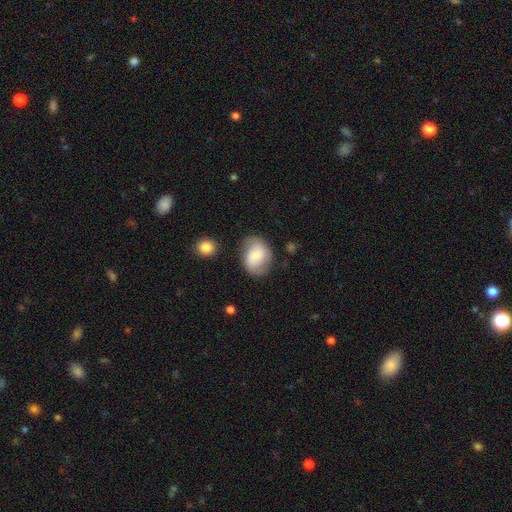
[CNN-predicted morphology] smooth_or_featured: smooth (p=0.58) [alt: featured or disk p=0.35]
how_rounded: in between (p=0.60) [alt: round p=0.39]
merging: none (p=0.68) [alt: minor disturbance p=0.20]